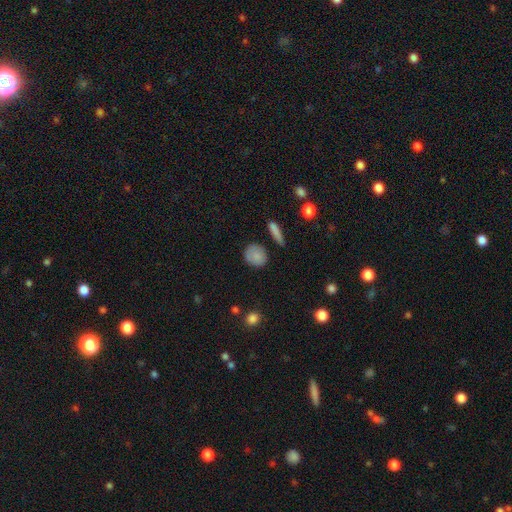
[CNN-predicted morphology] A smooth galaxy with no disk features (82%) that is round (74%). Merging: none (76%).